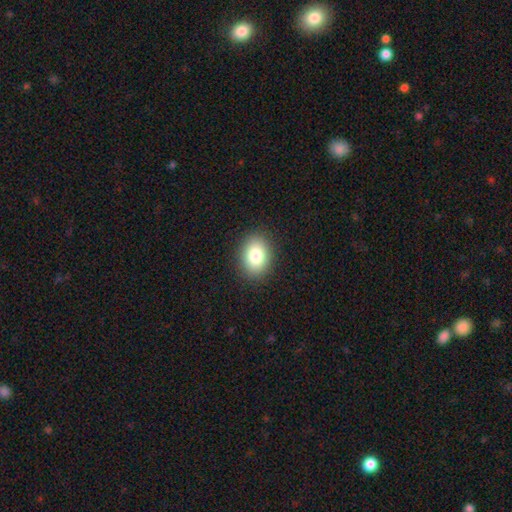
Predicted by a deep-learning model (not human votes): Smooth or featured? Predicted: smooth (p=0.82). How rounded? Predicted: in between (p=0.67). Merging? Predicted: none (p=0.89).